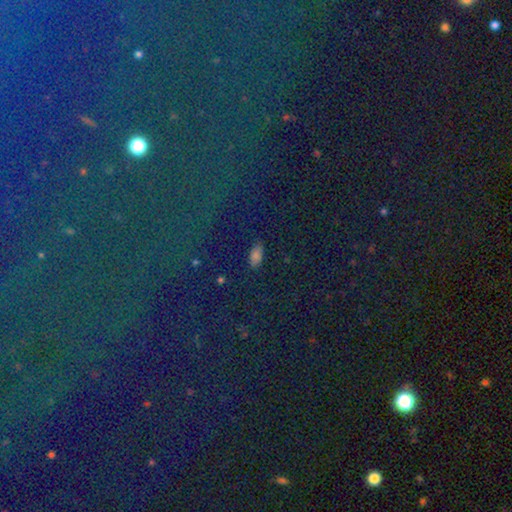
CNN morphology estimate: A smooth galaxy with no disk features (71%) that is in between round and cigar-shaped (88%).

Vote fractions:
- Smooth or featured? smooth: 71% / star or artifact: 22% / featured or disk: 7%
- How rounded? in between: 88% / cigar-shaped: 7% / round: 5%
- Merging? none: 87% / minor disturbance: 9% / major disturbance: 3% / merger: 2%